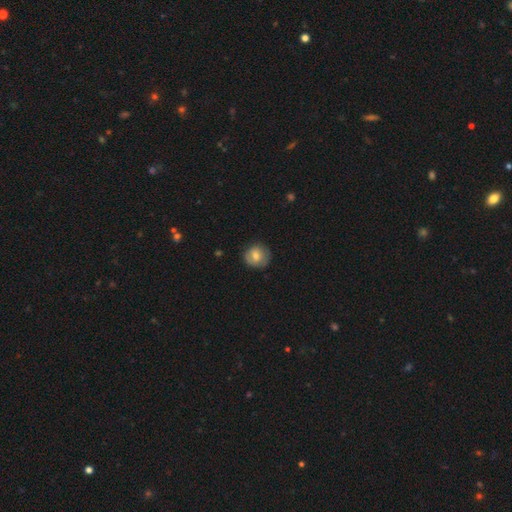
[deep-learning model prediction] smooth-or-featured: smooth: 72% | featured or disk: 20% | star or artifact: 8%
  how-rounded: round: 87% | in between: 12% | cigar-shaped: 1%
  merging: none: 80% | minor disturbance: 16% | major disturbance: 3% | merger: 1%